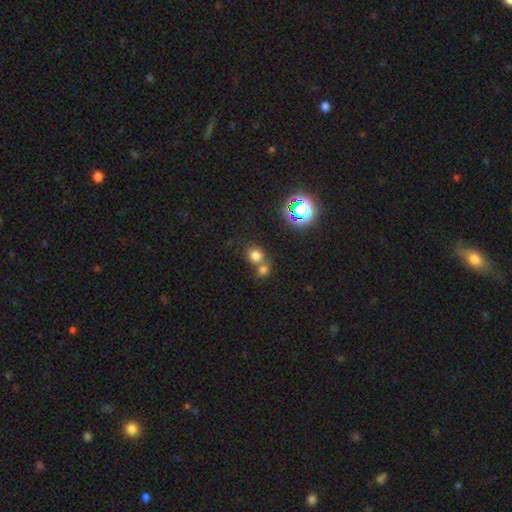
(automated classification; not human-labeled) A smooth galaxy with no disk features (74%) that is round (77%).

Vote fractions:
- Smooth or featured? smooth: 74% / star or artifact: 19% / featured or disk: 8%
- How rounded? round: 77% / in between: 22% / cigar-shaped: 1%
- Merging? none: 46% / merger: 43% / minor disturbance: 7% / major disturbance: 3%